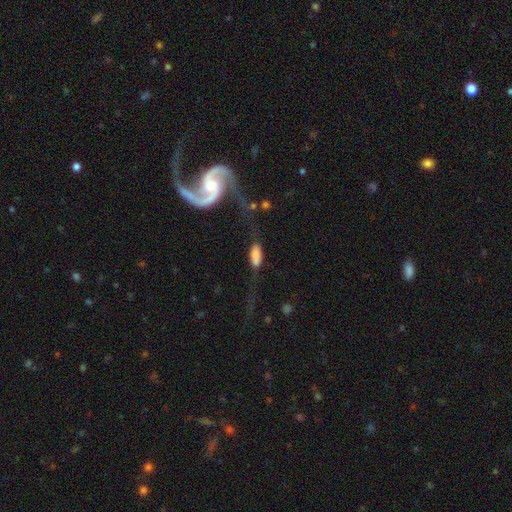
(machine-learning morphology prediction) Smooth or featured: smooth — 75% (featured or disk — 17%)
How rounded: in between — 82% (cigar-shaped — 14%)
Merging: none — 39% (major disturbance — 31%)